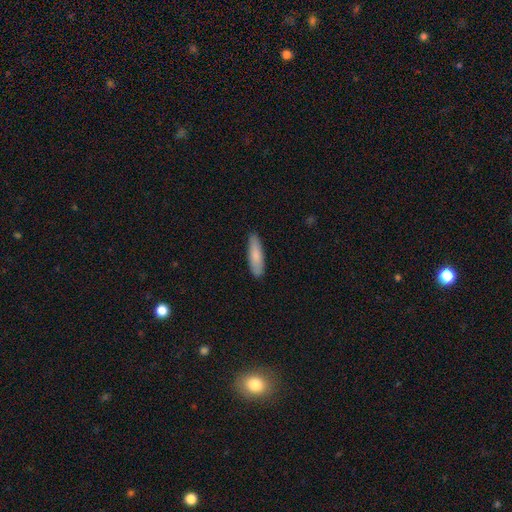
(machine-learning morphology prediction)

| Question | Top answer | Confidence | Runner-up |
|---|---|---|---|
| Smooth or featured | smooth | 80% | featured or disk (14%) |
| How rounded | cigar-shaped | 65% | in between (33%) |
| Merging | none | 86% | minor disturbance (11%) |